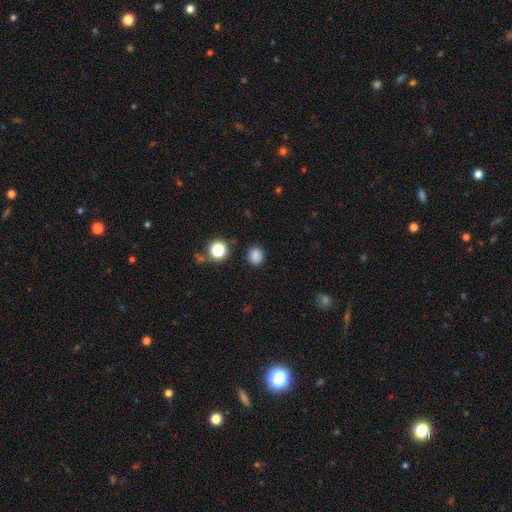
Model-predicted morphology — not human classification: Smooth or featured: smooth — 83% (star or artifact — 14%)
How rounded: round — 79% (in between — 20%)
Merging: none — 87% (minor disturbance — 8%)